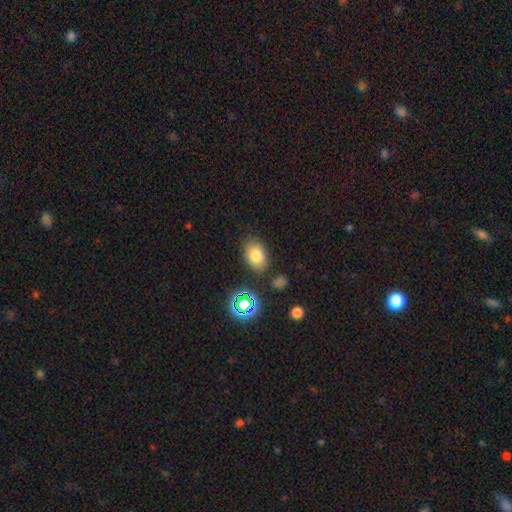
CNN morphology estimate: This is likely a smooth galaxy (76%). How rounded: likely in between (79%). Merging: clearly none (81%).